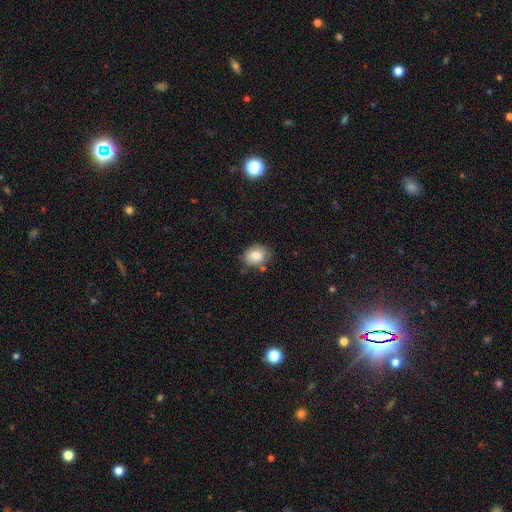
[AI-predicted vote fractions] This appears to be a smooth galaxy with no disk features (80%) that is round (51%). Merging: none (74%).